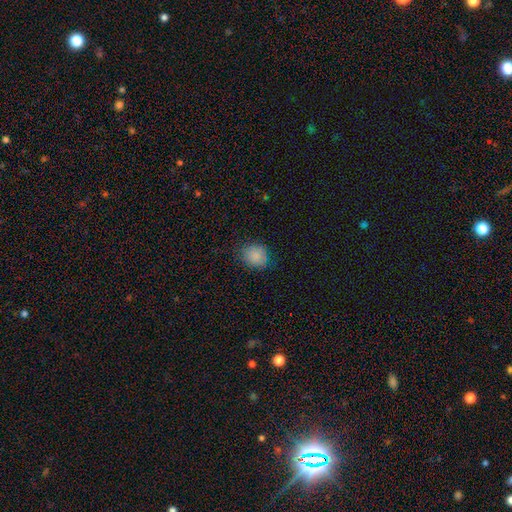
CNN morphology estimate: smooth_or_featured: smooth (p=0.85) [alt: star or artifact p=0.09]
how_rounded: round (p=0.72) [alt: in between p=0.27]
merging: none (p=0.78) [alt: minor disturbance p=0.17]